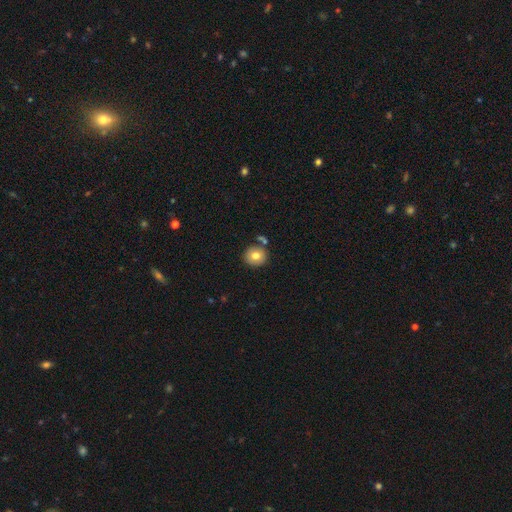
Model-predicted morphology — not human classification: smooth-or-featured: smooth: 78% | featured or disk: 13% | star or artifact: 10%
  how-rounded: round: 87% | in between: 12% | cigar-shaped: 1%
  merging: none: 77% | merger: 10% | minor disturbance: 9% | major disturbance: 3%